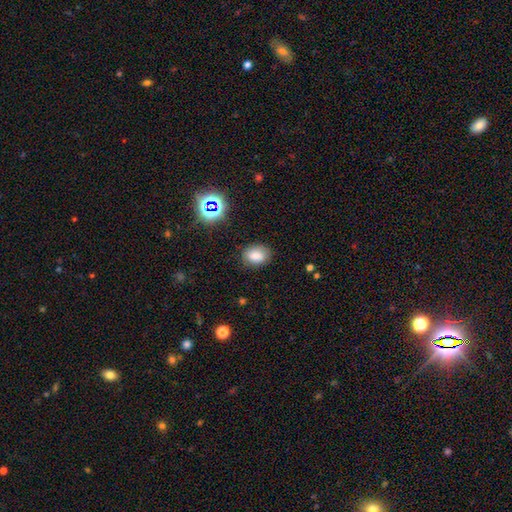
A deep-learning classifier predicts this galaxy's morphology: A smooth galaxy with no disk features (79%) that is in between round and cigar-shaped (69%). Merging: none (81%).